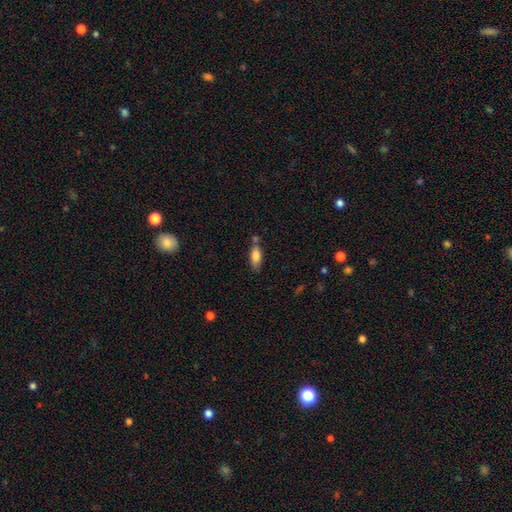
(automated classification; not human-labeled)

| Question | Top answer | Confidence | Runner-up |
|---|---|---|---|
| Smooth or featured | smooth | 82% | featured or disk (11%) |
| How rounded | in between | 76% | cigar-shaped (21%) |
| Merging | none | 62% | minor disturbance (19%) |